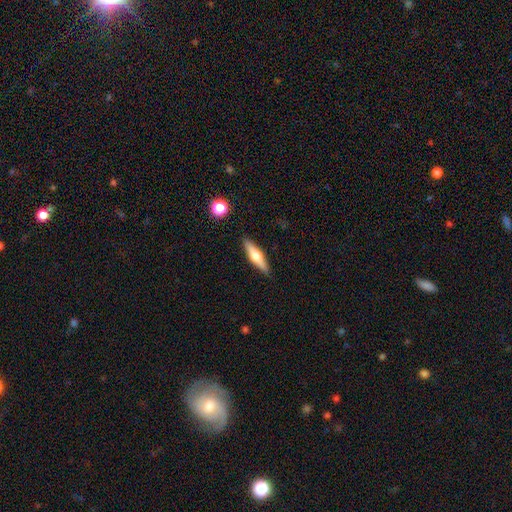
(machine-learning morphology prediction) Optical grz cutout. It shows a featured or disk galaxy (58%) viewed edge-on (96%) with a rounded central bulge (92%). Merging: none (89%).